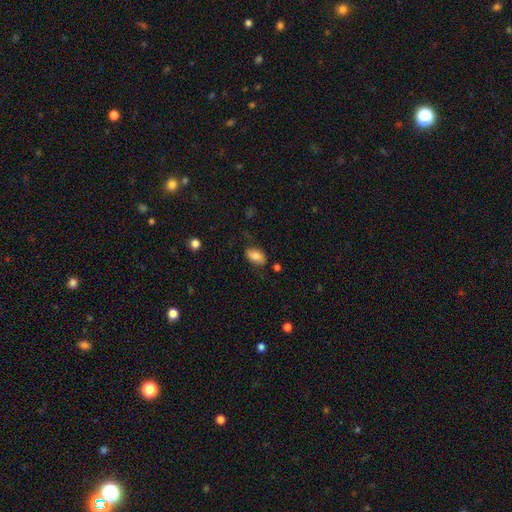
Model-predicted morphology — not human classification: smooth_or_featured: smooth (p=0.79) [alt: featured or disk p=0.13]
how_rounded: in between (p=0.91) [alt: round p=0.07]
merging: none (p=0.78) [alt: minor disturbance p=0.16]